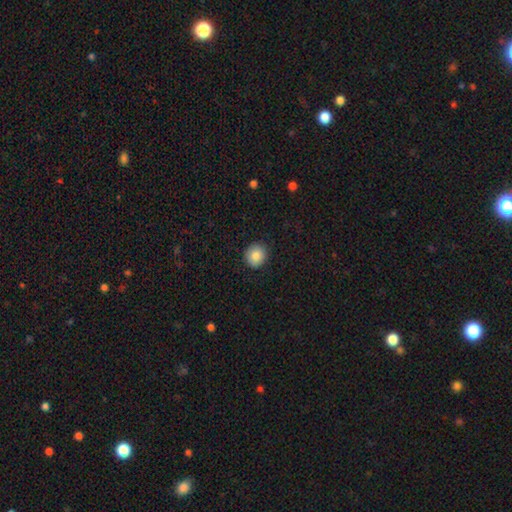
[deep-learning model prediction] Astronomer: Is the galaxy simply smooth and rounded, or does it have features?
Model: smooth — 85%.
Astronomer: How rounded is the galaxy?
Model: round — 85%.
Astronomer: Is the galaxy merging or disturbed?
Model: none — 91%.